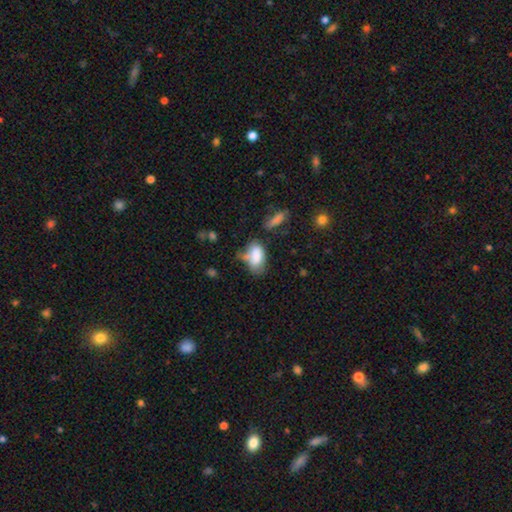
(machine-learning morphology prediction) Smooth or featured: smooth — 80% (featured or disk — 11%)
How rounded: in between — 91% (round — 6%)
Merging: none — 38% (minor disturbance — 29%)